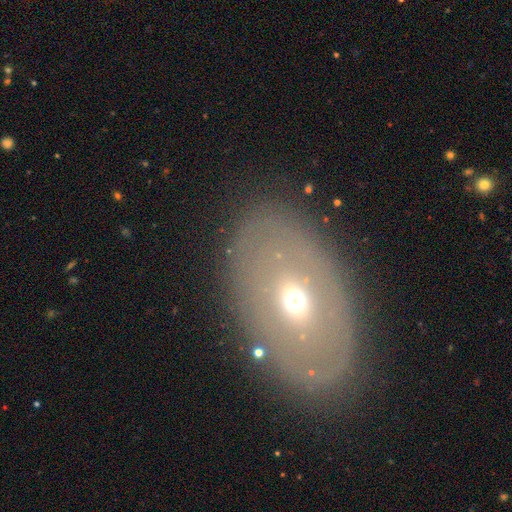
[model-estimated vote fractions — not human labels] Smooth or featured? featured or disk (58%)
Edge-on disk? no (90%)
Bar? no (71%)
Spiral arms? no (71%)
Bulge size? moderate (59%)
Merging? none (83%)